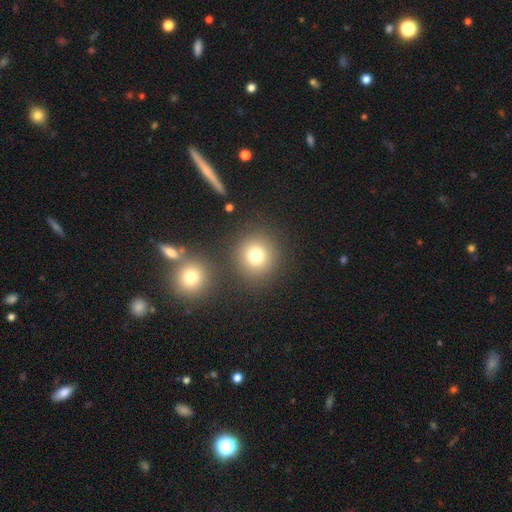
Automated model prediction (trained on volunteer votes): Smooth or featured? Predicted: smooth (p=0.76). How rounded? Predicted: round (p=0.91). Merging? Predicted: none (p=0.81).